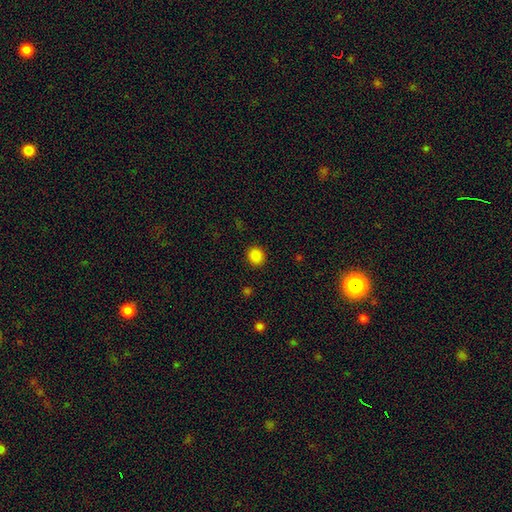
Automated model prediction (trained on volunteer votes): This is clearly a smooth galaxy (86%). How rounded: clearly round (81%). Merging: clearly none (91%).